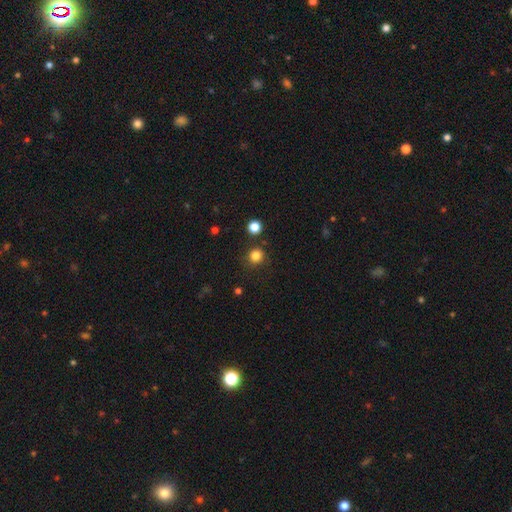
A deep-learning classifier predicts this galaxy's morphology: Overall: smooth (82%). How rounded: round (91%). Merging: none (83%).